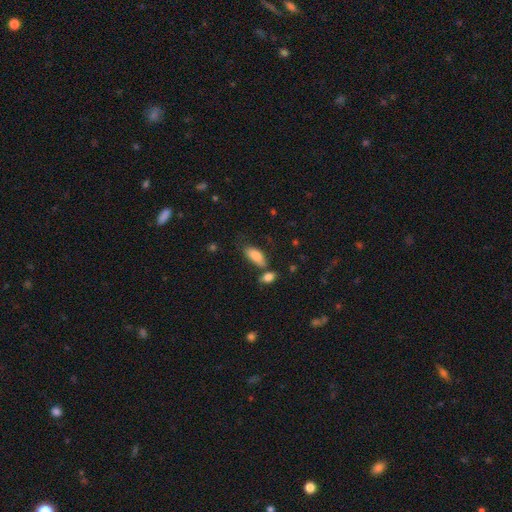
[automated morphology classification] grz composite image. It shows a smooth galaxy with no disk features (84%) that is in between round and cigar-shaped (87%). Merging: none (54%).